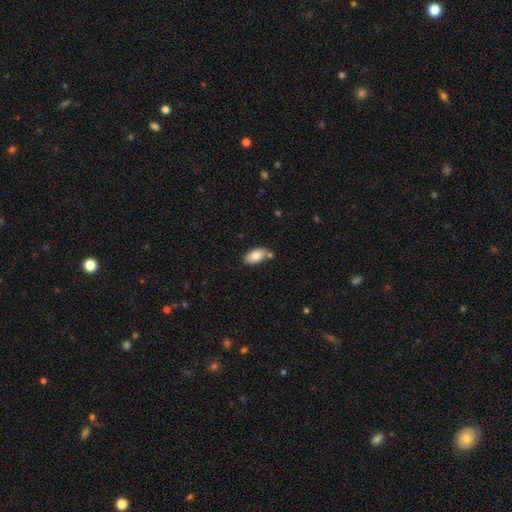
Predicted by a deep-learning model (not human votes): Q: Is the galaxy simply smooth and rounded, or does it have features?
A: smooth — 80%.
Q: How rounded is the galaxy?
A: in between — 93%.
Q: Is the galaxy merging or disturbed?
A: none — 66%.